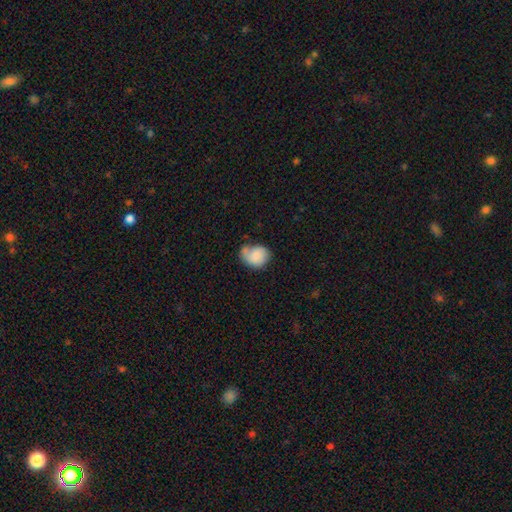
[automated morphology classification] smooth-or-featured: smooth: 70% | featured or disk: 23% | star or artifact: 8%
  how-rounded: round: 51% | in between: 48% | cigar-shaped: 1%
  merging: none: 39% | minor disturbance: 33% | major disturbance: 21% | merger: 6%